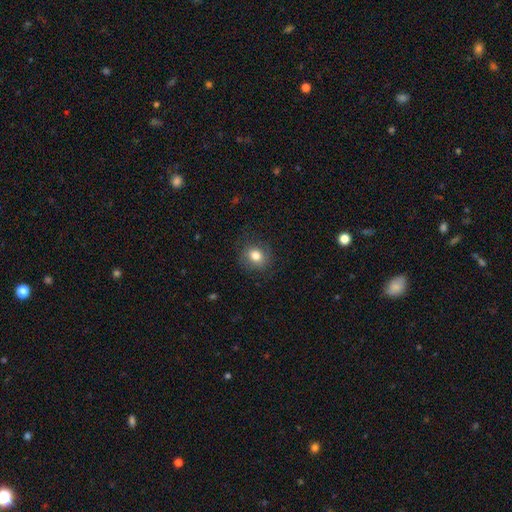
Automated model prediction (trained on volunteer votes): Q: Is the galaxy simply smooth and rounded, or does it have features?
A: smooth — 79%.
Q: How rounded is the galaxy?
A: round — 76%.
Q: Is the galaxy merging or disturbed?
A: none — 82%.